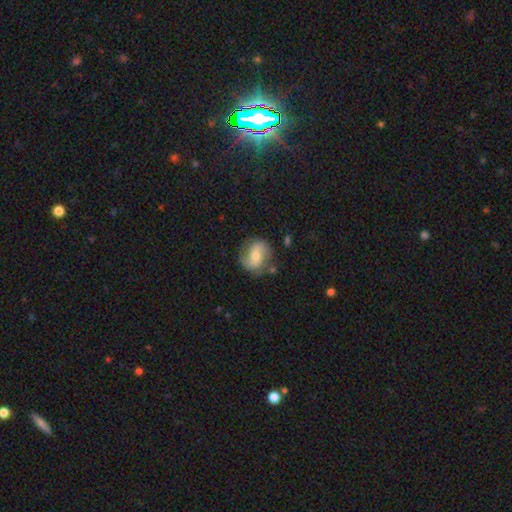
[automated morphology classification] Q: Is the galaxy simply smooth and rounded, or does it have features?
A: featured or disk — 61%.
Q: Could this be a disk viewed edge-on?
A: no — 97%.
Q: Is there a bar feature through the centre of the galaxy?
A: weak — 41%, tied with no.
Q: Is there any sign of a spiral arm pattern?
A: yes — 87%.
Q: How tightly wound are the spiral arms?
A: medium — 41%.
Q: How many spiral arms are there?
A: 2 — 85%.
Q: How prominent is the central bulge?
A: moderate — 57%.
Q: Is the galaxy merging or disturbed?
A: none — 74%.